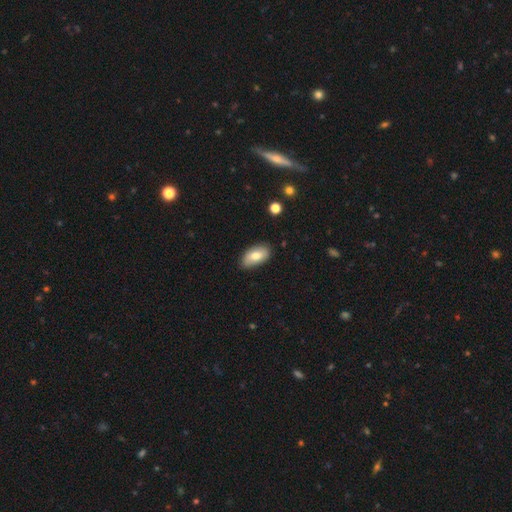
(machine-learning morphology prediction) Overall: smooth (75%). How rounded: in between (94%). Merging: none (83%).